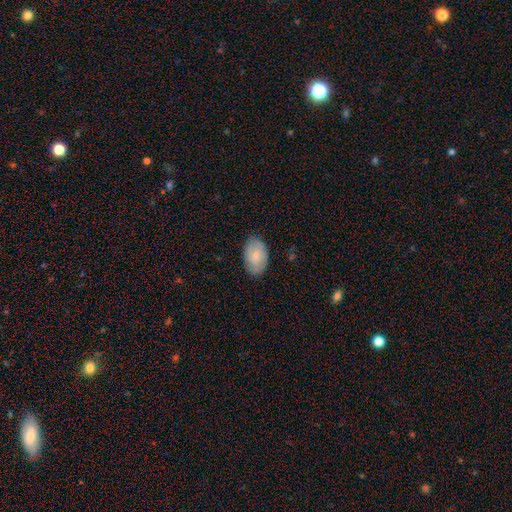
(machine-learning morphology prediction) type=smooth (62%); roundness=in between (91%); merging=none (80%).